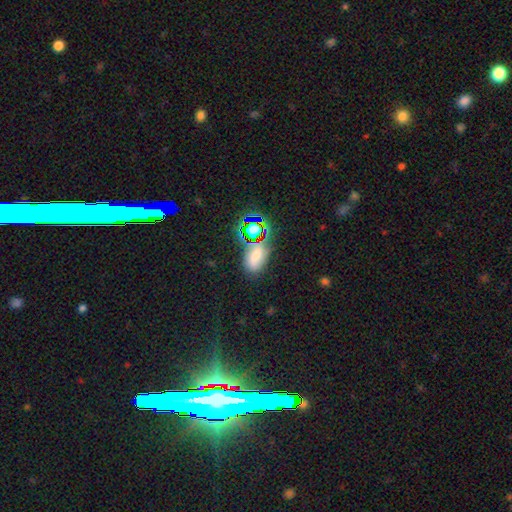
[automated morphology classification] A smooth galaxy with no disk features (54%) that is in between round and cigar-shaped (84%).

Vote fractions:
- Smooth or featured? smooth: 54% / star or artifact: 29% / featured or disk: 16%
- How rounded? in between: 84% / round: 12% / cigar-shaped: 4%
- Merging? none: 59% / minor disturbance: 22% / merger: 11% / major disturbance: 9%